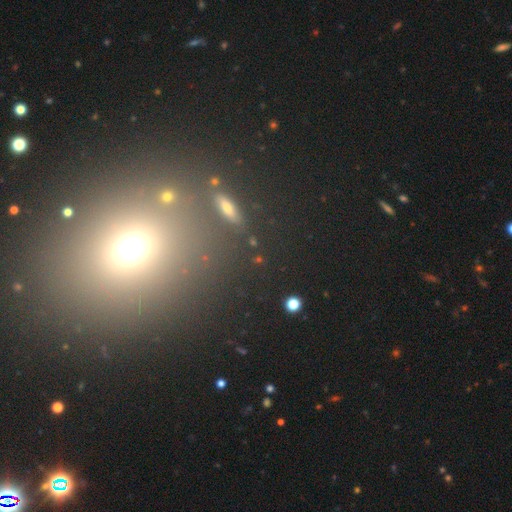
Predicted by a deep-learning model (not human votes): star or artifact 45%, smooth 44%, featured or disk 10%.